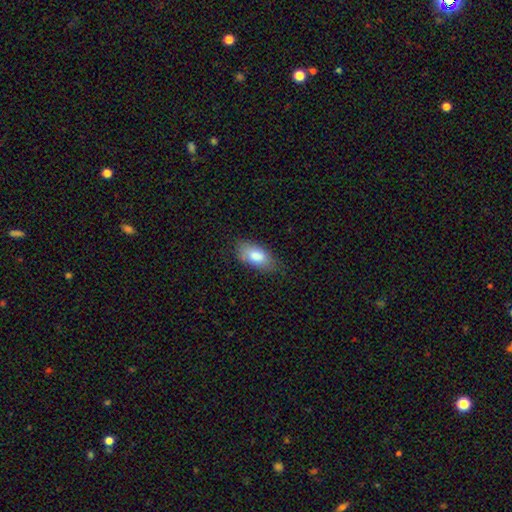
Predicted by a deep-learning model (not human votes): This appears to be a smooth galaxy with no disk features (81%) that is in between round and cigar-shaped (89%). Merging: none (72%).